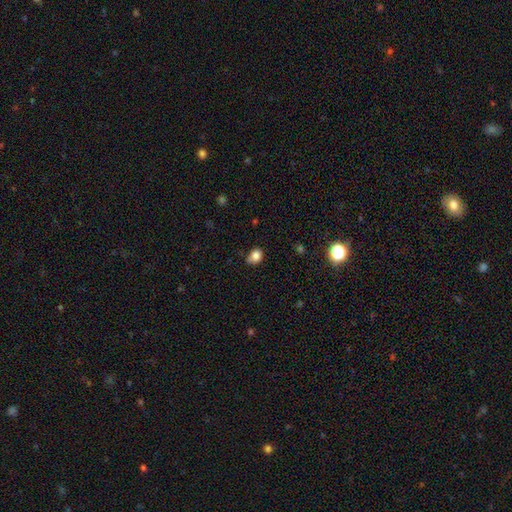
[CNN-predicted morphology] Q: Smooth or featured?
A: smooth (81%); runner-up: star or artifact (11%)
Q: How rounded?
A: round (50%); runner-up: in between (49%)
Q: Merging?
A: none (60%); runner-up: minor disturbance (29%)